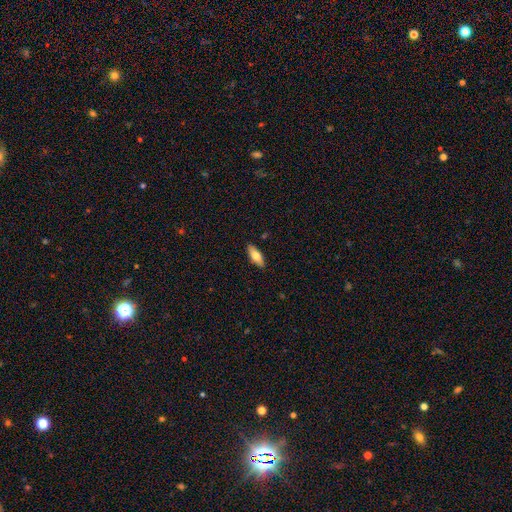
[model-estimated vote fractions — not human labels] The model was most divided on "how rounded": in between: 70%, cigar-shaped: 28%, round: 2%. More confident: merging — none (89%); smooth or featured — smooth (69%).